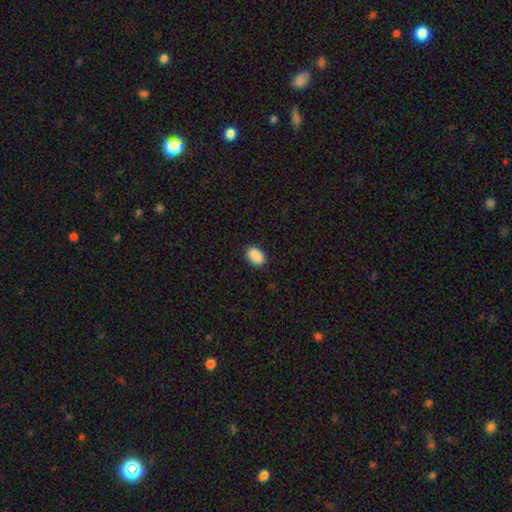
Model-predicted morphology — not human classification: Smooth or featured?
  - smooth: 91% *
  - star or artifact: 7%
  - featured or disk: 2%
How rounded?
  - in between: 89% *
  - round: 10%
  - cigar-shaped: 1%
Merging?
  - none: 89% *
  - minor disturbance: 8%
  - major disturbance: 2%
  - merger: 1%